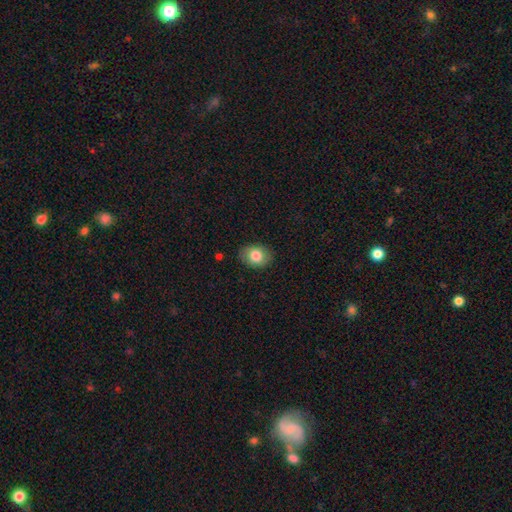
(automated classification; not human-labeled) smooth_or_featured: smooth (p=0.79) [alt: featured or disk p=0.13]
how_rounded: in between (p=0.61) [alt: round p=0.38]
merging: none (p=0.85) [alt: minor disturbance p=0.11]